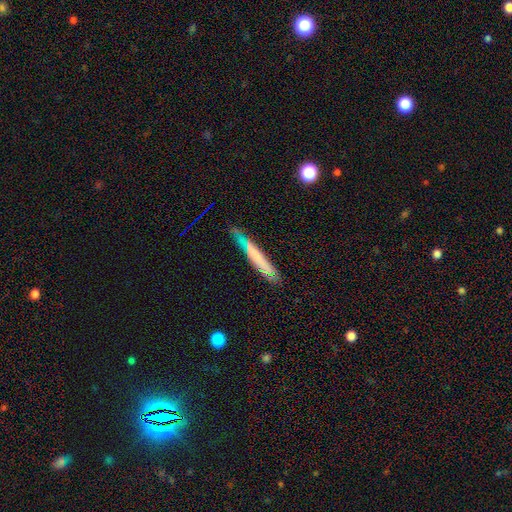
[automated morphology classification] Smooth or featured: smooth — 54% (featured or disk — 38%)
How rounded: cigar-shaped — 94% (in between — 4%)
Merging: none — 65% (minor disturbance — 26%)